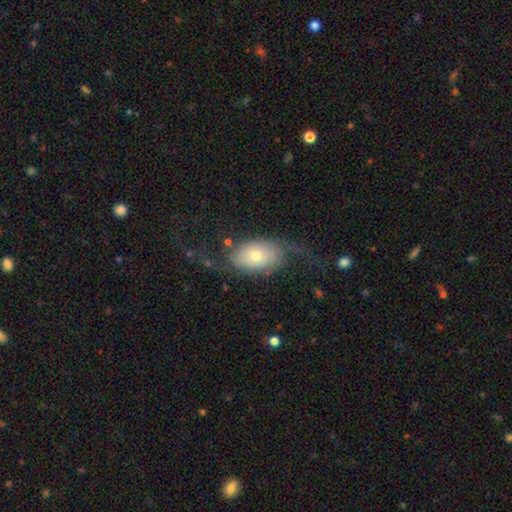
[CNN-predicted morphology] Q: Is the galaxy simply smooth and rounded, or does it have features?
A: featured or disk — 49%.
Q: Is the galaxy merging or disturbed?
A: none — 45%.